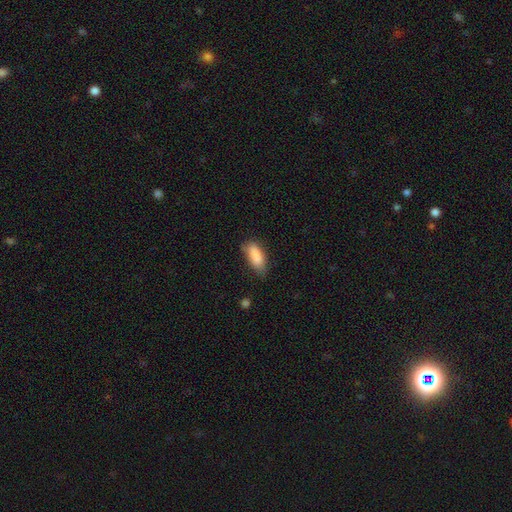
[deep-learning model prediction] smooth_or_featured: smooth (p=0.86) [alt: star or artifact p=0.07]
how_rounded: in between (p=0.78) [alt: cigar-shaped p=0.20]
merging: none (p=0.59) [alt: minor disturbance p=0.32]